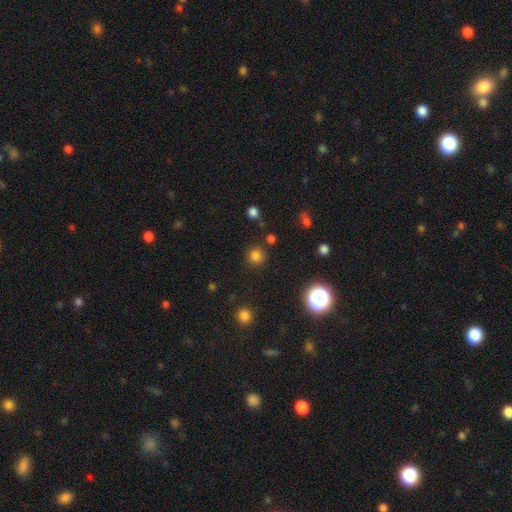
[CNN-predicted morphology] Smooth or featured?
  - smooth: 77% *
  - star or artifact: 18%
  - featured or disk: 5%
How rounded?
  - round: 92% *
  - in between: 7%
  - cigar-shaped: 1%
Merging?
  - none: 86% *
  - minor disturbance: 8%
  - merger: 3%
  - major disturbance: 3%